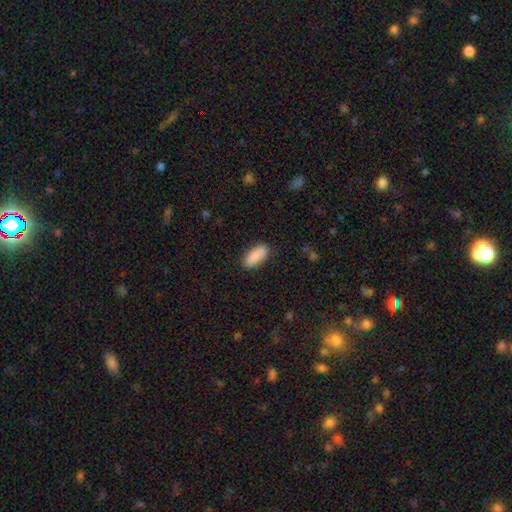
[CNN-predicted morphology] smooth 90%, star or artifact 6%, featured or disk 4%. Down the decision tree: how rounded — in between (82%); merging — none (87%).